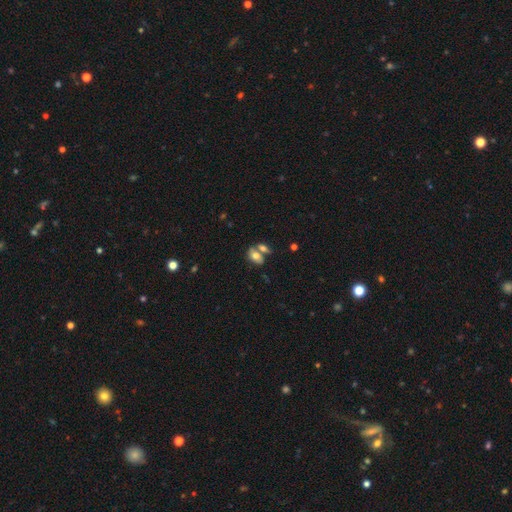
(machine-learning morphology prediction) This appears to be a smooth galaxy with no disk features (68%) that is in between round and cigar-shaped (86%). Merging: merger (48%).